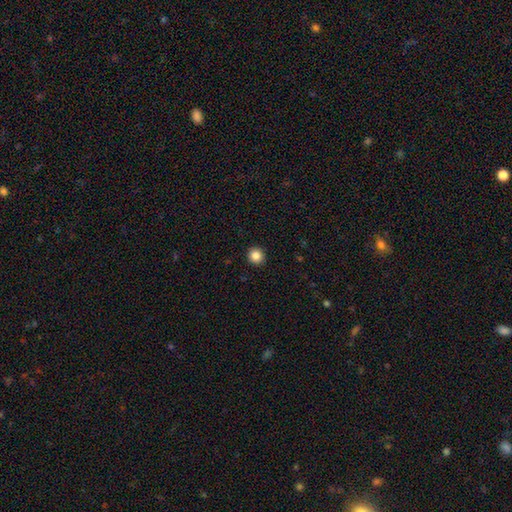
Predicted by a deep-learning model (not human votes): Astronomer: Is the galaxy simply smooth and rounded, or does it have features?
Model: smooth — 85%.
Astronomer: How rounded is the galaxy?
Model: round — 94%.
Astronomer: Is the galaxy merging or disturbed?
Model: none — 93%.